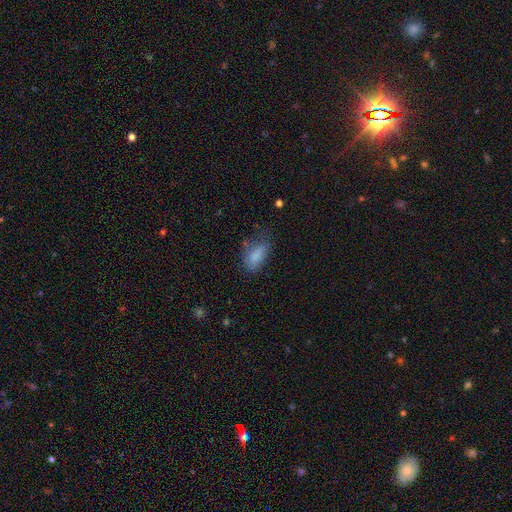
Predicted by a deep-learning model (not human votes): This appears to be a smooth galaxy with no disk features (81%) that is in between round and cigar-shaped (88%). Merging: none (48%).